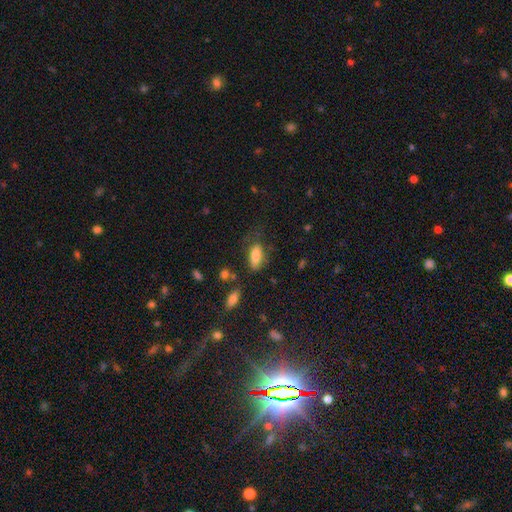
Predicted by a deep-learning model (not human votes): Q: Smooth or featured?
A: smooth (80%); runner-up: featured or disk (11%)
Q: How rounded?
A: in between (81%); runner-up: cigar-shaped (16%)
Q: Merging?
A: none (54%); runner-up: minor disturbance (26%)